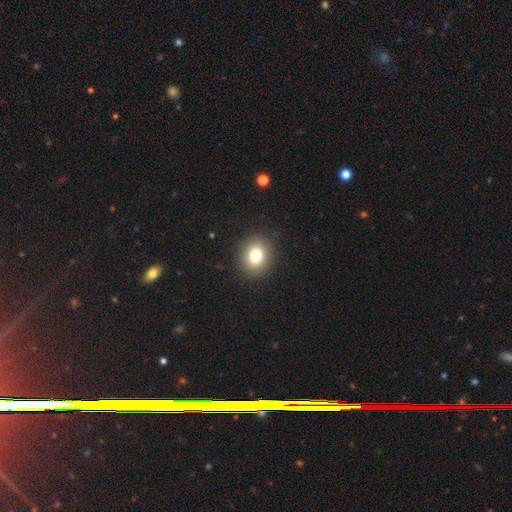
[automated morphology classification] Smooth or featured? Predicted: smooth (p=0.79). How rounded? Predicted: round (p=0.67). Merging? Predicted: none (p=0.90).